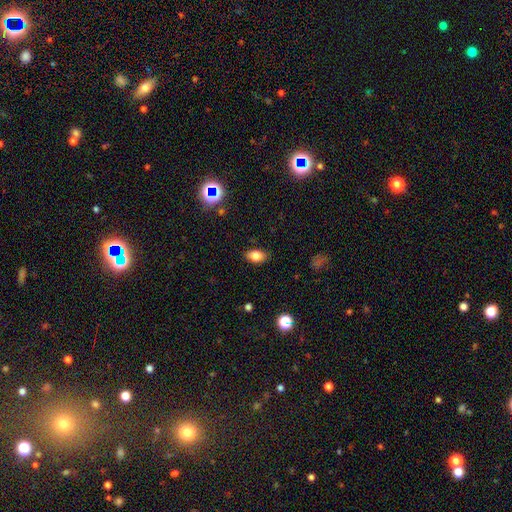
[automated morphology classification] Smooth or featured? smooth (81%)
How rounded? in between (86%)
Merging? none (85%)